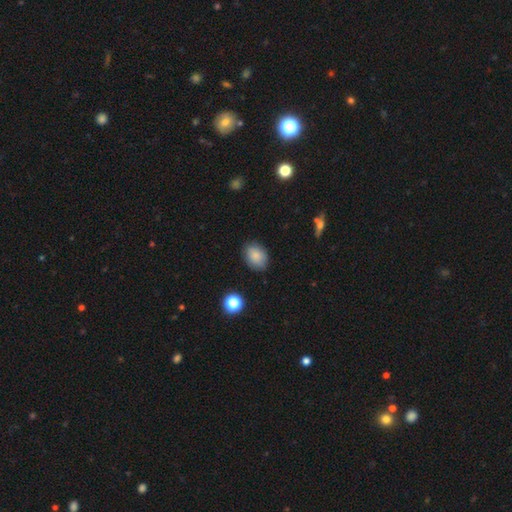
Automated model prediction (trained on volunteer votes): smooth 84%, star or artifact 9%, featured or disk 7%. Down the decision tree: how rounded — in between (74%); merging — none (81%).